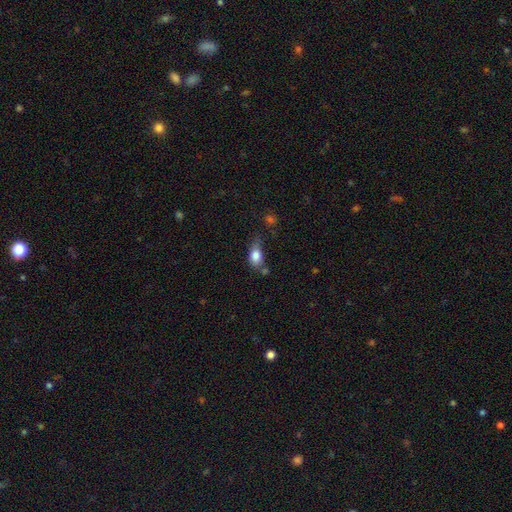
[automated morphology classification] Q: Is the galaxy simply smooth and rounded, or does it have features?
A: smooth — 81%.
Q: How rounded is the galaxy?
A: in between — 78%.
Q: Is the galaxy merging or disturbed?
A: none — 41%.